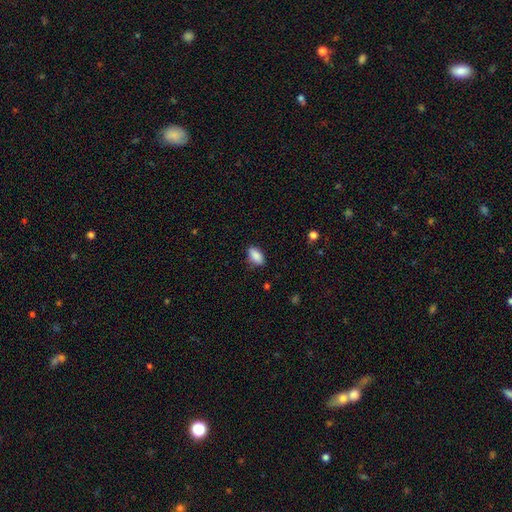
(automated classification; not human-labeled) The model was most divided on "merging": none: 80%, minor disturbance: 16%, major disturbance: 3%, merger: 1%. More confident: how rounded — in between (91%); smooth or featured — smooth (88%).